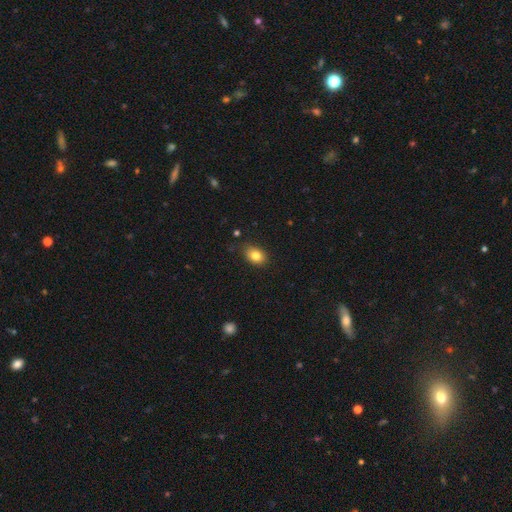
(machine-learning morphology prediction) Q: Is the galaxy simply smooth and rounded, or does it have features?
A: smooth — 83%.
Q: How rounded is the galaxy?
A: in between — 73%.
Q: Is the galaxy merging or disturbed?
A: none — 81%.